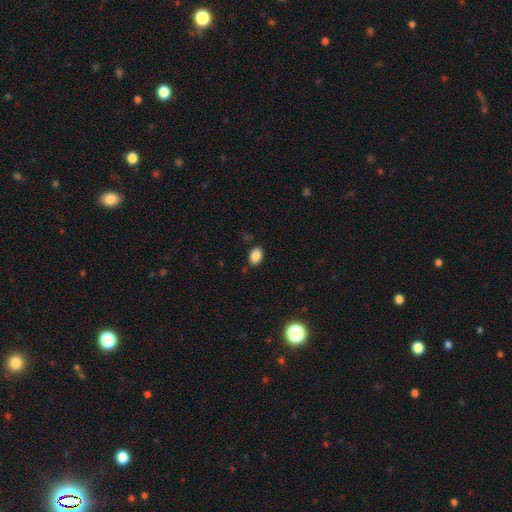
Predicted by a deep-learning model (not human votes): Smooth or featured?
  - smooth: 86% *
  - star or artifact: 10%
  - featured or disk: 4%
How rounded?
  - in between: 82% *
  - round: 17%
  - cigar-shaped: 1%
Merging?
  - none: 83% *
  - minor disturbance: 12%
  - major disturbance: 3%
  - merger: 2%